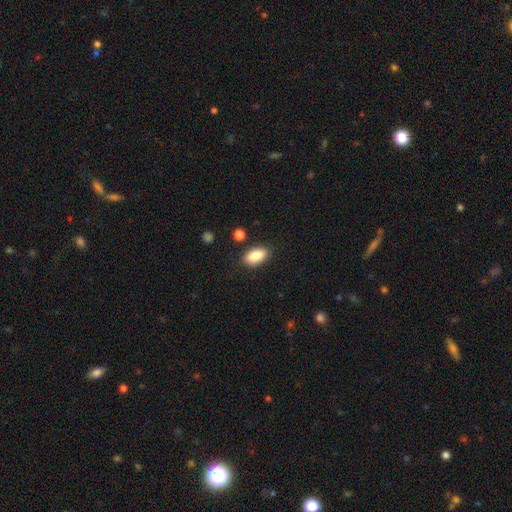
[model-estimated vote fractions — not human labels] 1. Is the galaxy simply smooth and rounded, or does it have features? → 87% smooth, 7% star or artifact, 6% featured or disk.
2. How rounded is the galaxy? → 91% in between, 5% cigar-shaped, 4% round.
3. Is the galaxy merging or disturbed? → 84% none, 10% minor disturbance, 3% major disturbance, 3% merger.